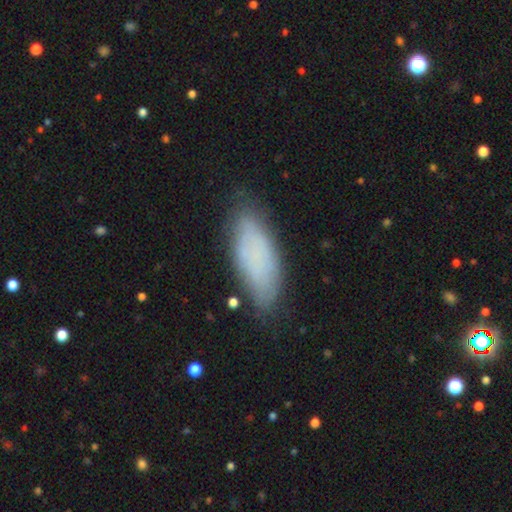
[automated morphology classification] This appears to be a smooth galaxy with no disk features (70%) that is in between round and cigar-shaped (76%). Merging: none (75%).